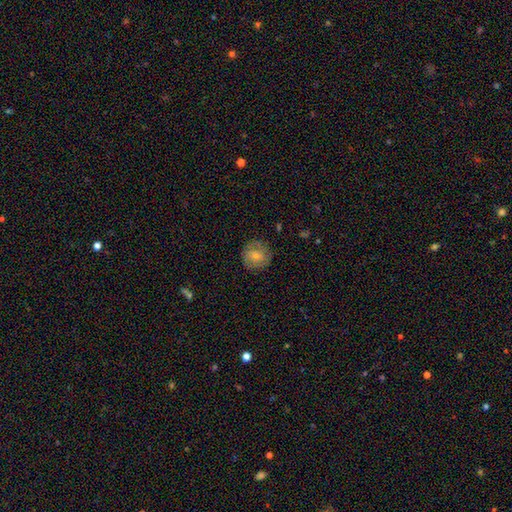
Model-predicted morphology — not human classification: A smooth galaxy with no disk features (61%) that is round (89%).

Vote fractions:
- Smooth or featured? smooth: 61% / featured or disk: 32% / star or artifact: 7%
- How rounded? round: 89% / in between: 10% / cigar-shaped: 1%
- Merging? none: 81% / minor disturbance: 14% / major disturbance: 4% / merger: 1%